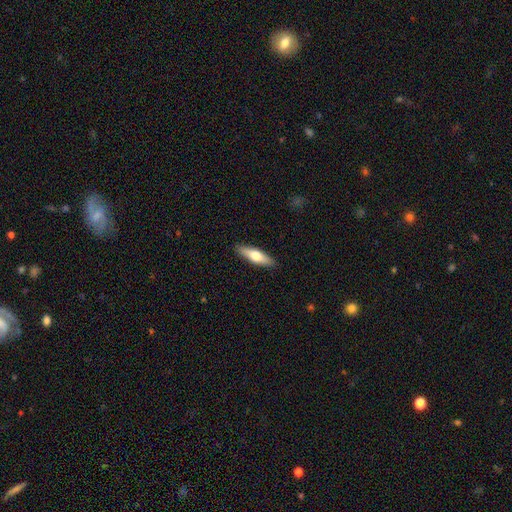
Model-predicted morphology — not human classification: The model was most divided on "smooth or featured": smooth: 58%, featured or disk: 36%, star or artifact: 6%. More confident: merging — none (90%); how rounded — cigar-shaped (61%).